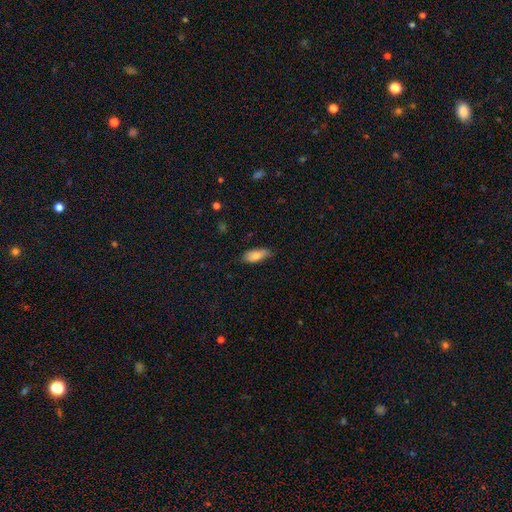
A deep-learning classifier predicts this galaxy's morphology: A smooth galaxy with no disk features (80%) that is in between round and cigar-shaped (81%).

Vote fractions:
- Smooth or featured? smooth: 80% / featured or disk: 13% / star or artifact: 7%
- How rounded? in between: 81% / cigar-shaped: 17% / round: 2%
- Merging? none: 72% / minor disturbance: 23% / major disturbance: 4% / merger: 1%